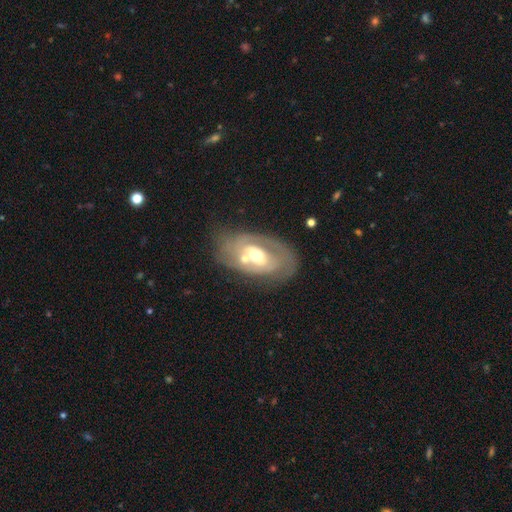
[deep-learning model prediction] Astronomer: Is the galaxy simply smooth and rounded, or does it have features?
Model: featured or disk — 73%.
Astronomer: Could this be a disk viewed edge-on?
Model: no — 94%.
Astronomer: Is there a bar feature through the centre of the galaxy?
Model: no — 51% (runner-up: weak, 34%).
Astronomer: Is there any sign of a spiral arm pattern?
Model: yes — 66%.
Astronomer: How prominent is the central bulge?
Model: moderate — 72%.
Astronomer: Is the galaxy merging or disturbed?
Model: none — 49%.